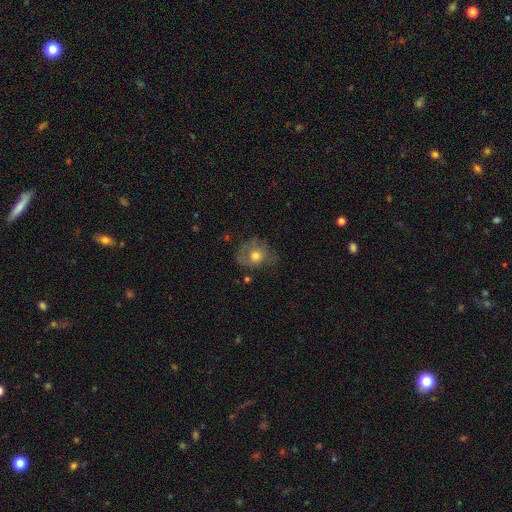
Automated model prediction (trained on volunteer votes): Smooth or featured? Predicted: smooth (p=0.55). How rounded? Predicted: round (p=0.60). Merging? Predicted: none (p=0.51).